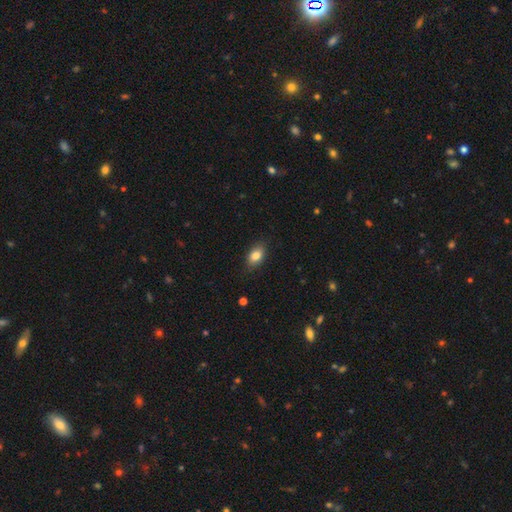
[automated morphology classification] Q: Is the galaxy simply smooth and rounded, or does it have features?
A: smooth — 84%.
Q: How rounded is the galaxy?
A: in between — 86%.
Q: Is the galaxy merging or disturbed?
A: none — 84%.